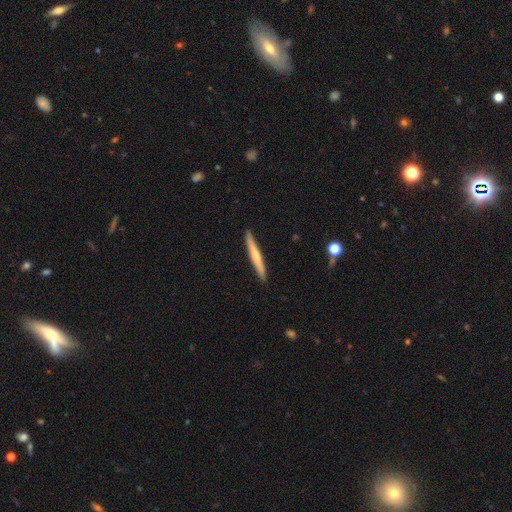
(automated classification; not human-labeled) Smooth or featured? smooth (50%)
How rounded? cigar-shaped (96%)
Merging? none (91%)